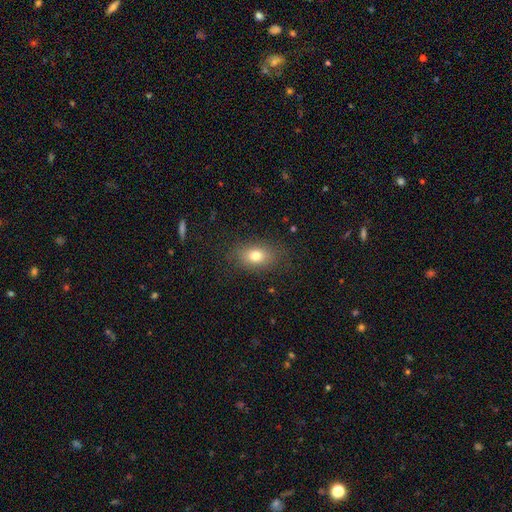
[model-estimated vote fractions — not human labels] Smooth or featured?
  - smooth: 77% *
  - featured or disk: 12%
  - star or artifact: 10%
How rounded?
  - in between: 80% *
  - round: 18%
  - cigar-shaped: 2%
Merging?
  - none: 83% *
  - minor disturbance: 12%
  - major disturbance: 4%
  - merger: 1%